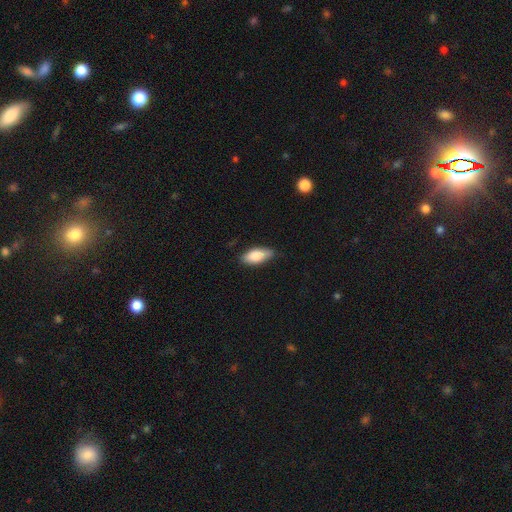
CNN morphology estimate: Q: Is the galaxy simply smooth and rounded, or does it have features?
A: smooth — 81%.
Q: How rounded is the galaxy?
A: in between — 83%.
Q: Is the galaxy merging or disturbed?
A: none — 79%.